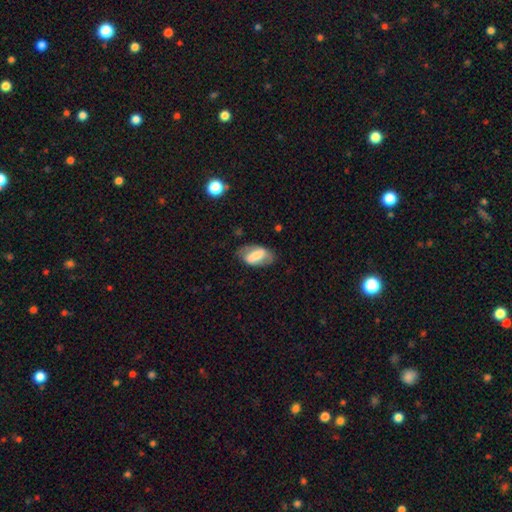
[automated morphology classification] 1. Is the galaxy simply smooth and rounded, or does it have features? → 53% smooth, 39% featured or disk, 7% star or artifact.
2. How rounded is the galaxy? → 90% in between, 6% cigar-shaped, 5% round.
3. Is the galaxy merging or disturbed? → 65% none, 23% minor disturbance, 10% major disturbance, 2% merger.